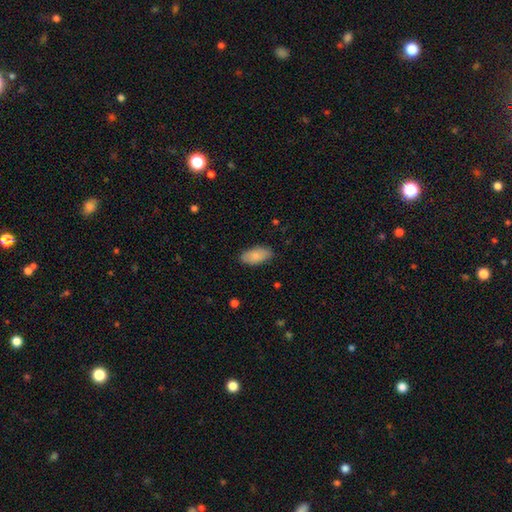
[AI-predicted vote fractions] Smooth or featured? smooth (84%)
How rounded? in between (93%)
Merging? none (84%)